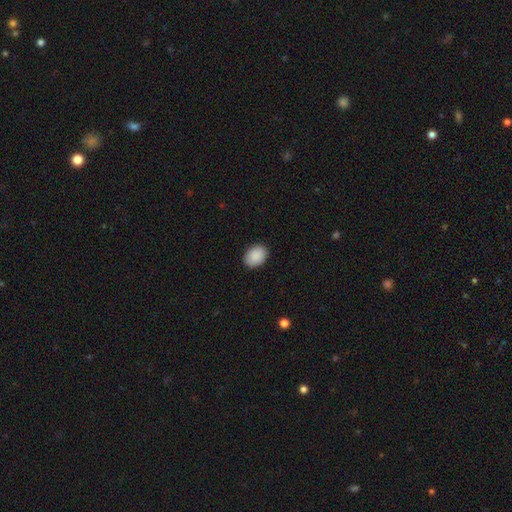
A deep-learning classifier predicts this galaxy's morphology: Overall: smooth (91%). How rounded: in between (76%). Merging: none (89%).